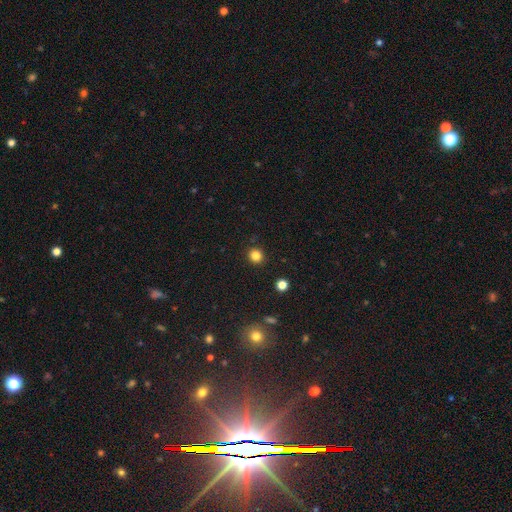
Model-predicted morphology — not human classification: Smooth or featured?
  - smooth: 83% *
  - star or artifact: 13%
  - featured or disk: 4%
How rounded?
  - round: 91% *
  - in between: 8%
  - cigar-shaped: 1%
Merging?
  - none: 91% *
  - minor disturbance: 6%
  - major disturbance: 2%
  - merger: 1%